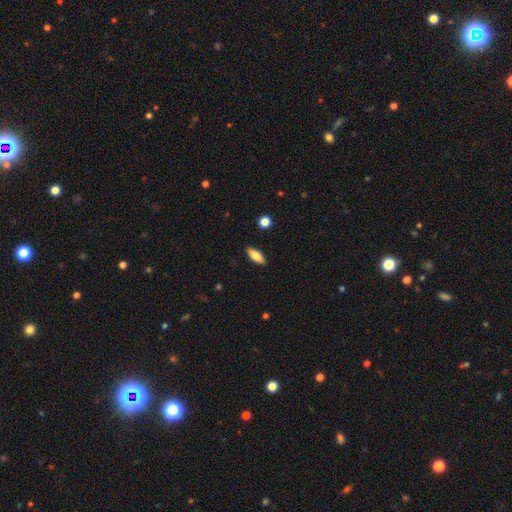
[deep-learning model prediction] This is clearly a smooth galaxy (82%). How rounded: likely in between (76%). Merging: clearly none (89%).